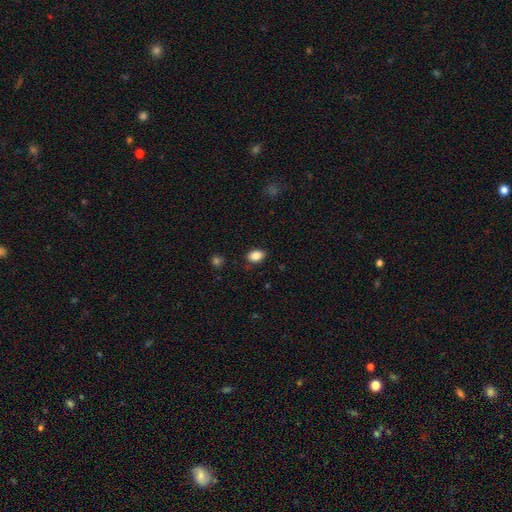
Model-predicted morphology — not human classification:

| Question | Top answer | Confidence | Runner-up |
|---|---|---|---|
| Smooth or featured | smooth | 87% | star or artifact (8%) |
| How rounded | in between | 85% | round (14%) |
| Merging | none | 85% | minor disturbance (11%) |